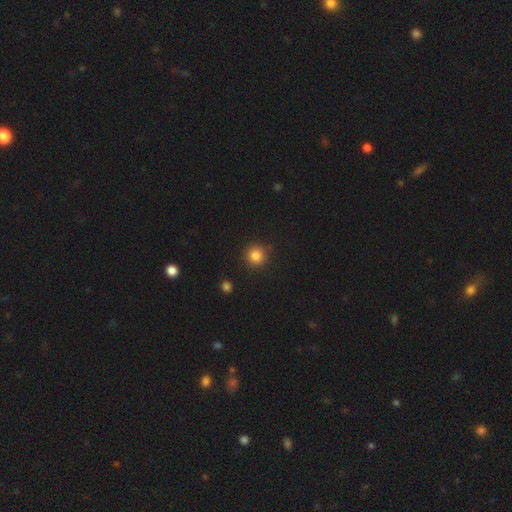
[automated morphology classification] Smooth or featured? smooth (84%)
How rounded? round (94%)
Merging? none (88%)